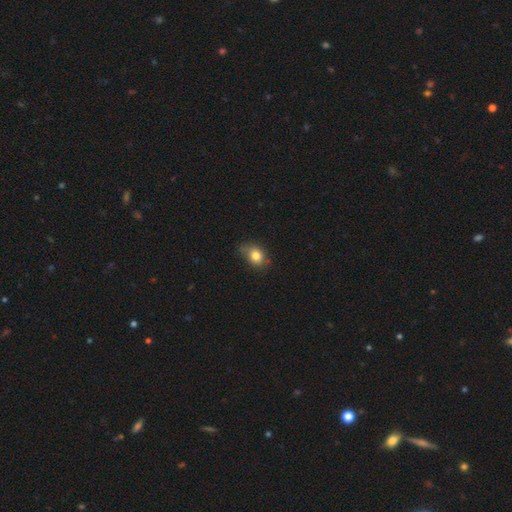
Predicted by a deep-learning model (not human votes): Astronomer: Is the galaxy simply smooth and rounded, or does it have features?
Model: smooth — 81%.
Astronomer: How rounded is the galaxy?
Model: in between — 59% (runner-up: round, 40%).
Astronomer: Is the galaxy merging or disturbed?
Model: none — 58%.